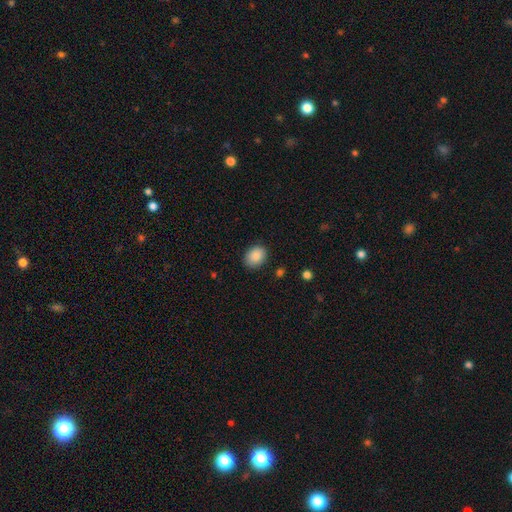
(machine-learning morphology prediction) smooth 88%, star or artifact 8%, featured or disk 4%. Down the decision tree: how rounded — in between (57%); merging — none (86%).